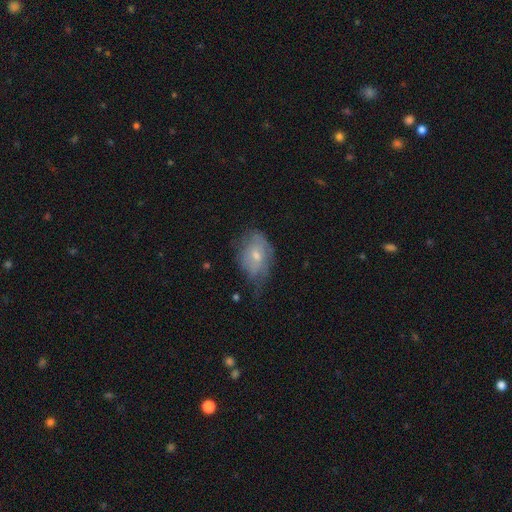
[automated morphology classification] Q: Smooth or featured?
A: smooth (48%); runner-up: featured or disk (44%)
Q: Merging?
A: none (38%); tied with: minor disturbance (38%)